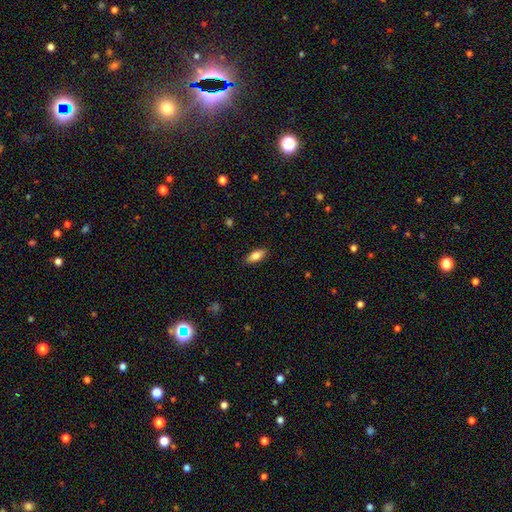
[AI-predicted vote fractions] smooth_or_featured: smooth (p=0.84) [alt: featured or disk p=0.09]
how_rounded: in between (p=0.84) [alt: cigar-shaped p=0.14]
merging: none (p=0.87) [alt: minor disturbance p=0.10]